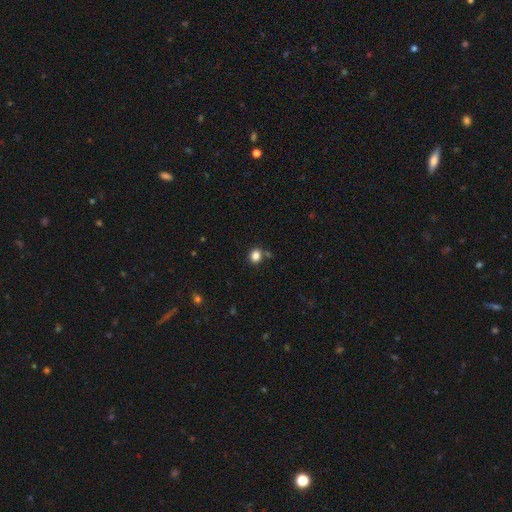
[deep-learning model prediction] Smooth or featured? Predicted: smooth (p=0.84). How rounded? Predicted: round (p=0.73). Merging? Predicted: none (p=0.77).